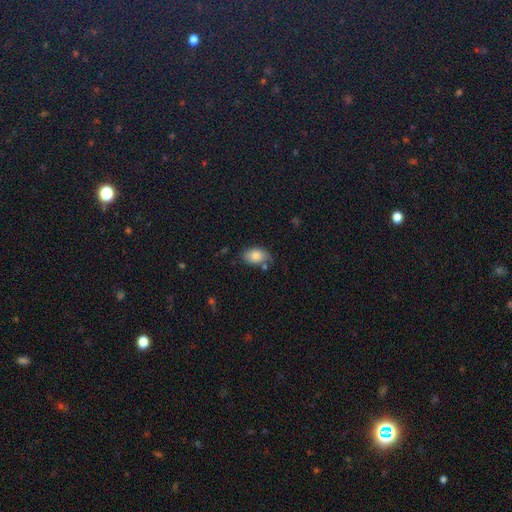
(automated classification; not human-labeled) This is clearly a smooth galaxy (80%). How rounded: clearly in between (89%). Merging: likely none (64%).